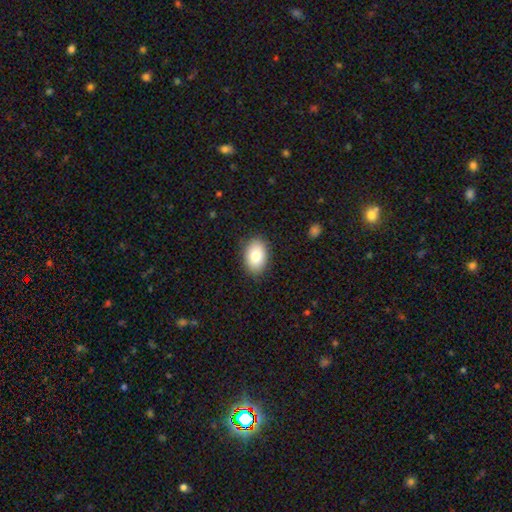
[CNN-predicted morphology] type=smooth (81%); roundness=in between (85%); merging=none (88%).